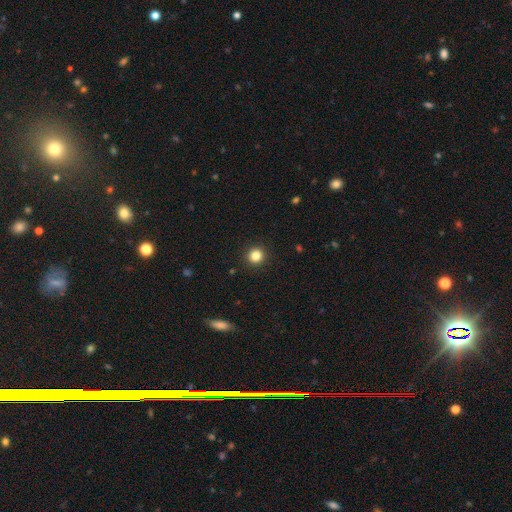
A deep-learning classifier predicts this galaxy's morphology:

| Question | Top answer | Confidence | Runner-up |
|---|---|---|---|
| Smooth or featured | smooth | 84% | star or artifact (12%) |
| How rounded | round | 94% | in between (5%) |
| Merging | none | 93% | minor disturbance (5%) |